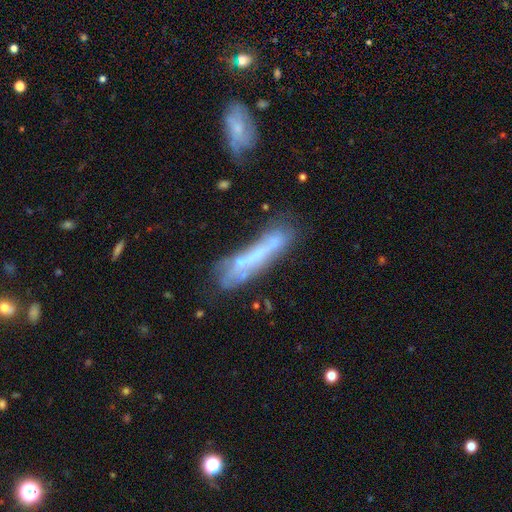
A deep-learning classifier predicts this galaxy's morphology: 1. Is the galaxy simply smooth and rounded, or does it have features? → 48% featured or disk, 42% smooth, 10% star or artifact.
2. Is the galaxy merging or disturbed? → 47% none, 23% minor disturbance, 16% merger, 14% major disturbance.